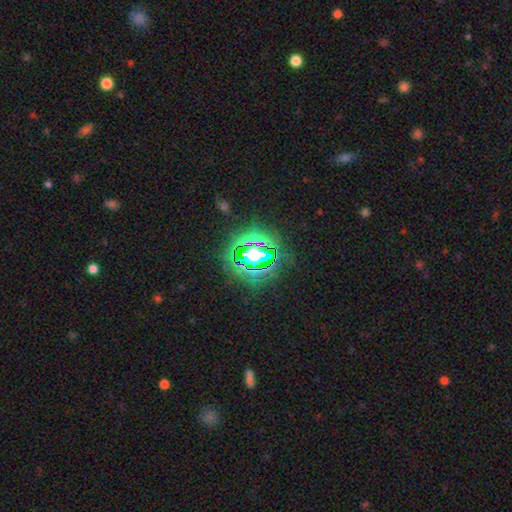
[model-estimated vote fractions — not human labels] A star or artifact, not a galaxy (78%).

Vote fractions:
- Smooth or featured? star or artifact: 78% / smooth: 13% / featured or disk: 9%